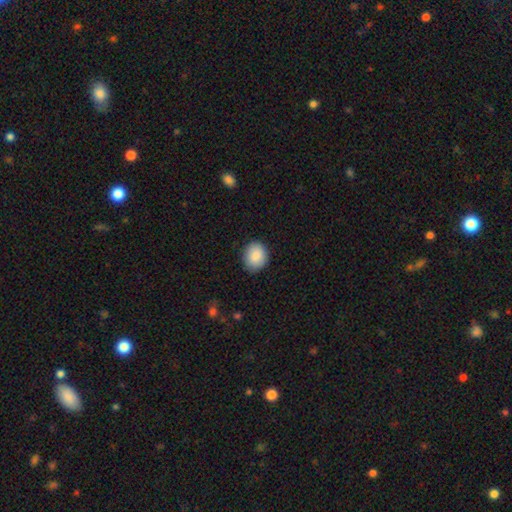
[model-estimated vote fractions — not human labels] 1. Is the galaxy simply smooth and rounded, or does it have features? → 89% smooth, 7% star or artifact, 4% featured or disk.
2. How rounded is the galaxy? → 60% round, 39% in between, 1% cigar-shaped.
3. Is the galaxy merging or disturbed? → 86% none, 11% minor disturbance, 2% major disturbance, 1% merger.